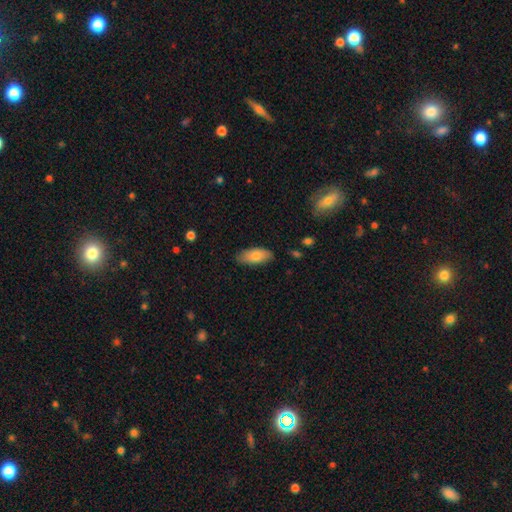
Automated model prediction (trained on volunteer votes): Overall: smooth (80%). How rounded: in between (87%). Merging: none (83%).